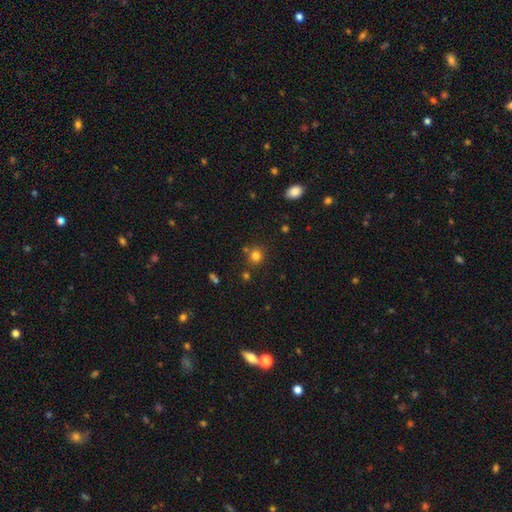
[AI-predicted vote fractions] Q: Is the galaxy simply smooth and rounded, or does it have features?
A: smooth — 79%.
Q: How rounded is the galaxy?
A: round — 90%.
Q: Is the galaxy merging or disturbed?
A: none — 78%.